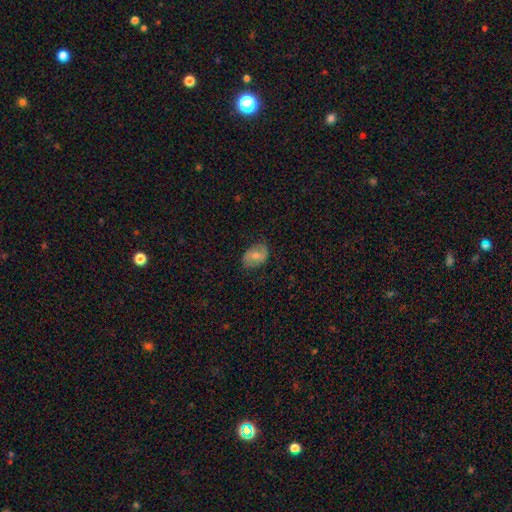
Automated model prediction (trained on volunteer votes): smooth 55%, featured or disk 37%, star or artifact 8%. Down the decision tree: how rounded — in between (77%); merging — none (75%).